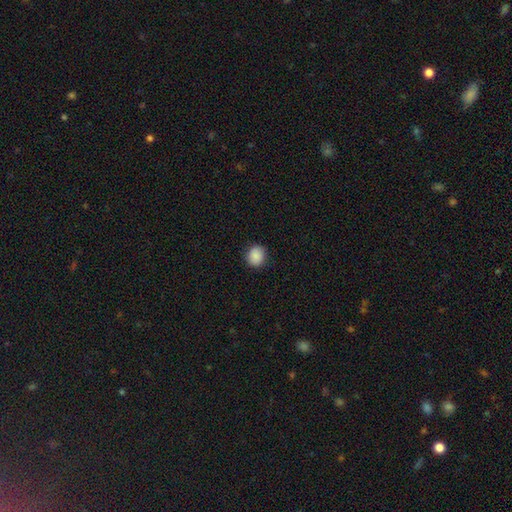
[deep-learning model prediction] This is clearly a smooth galaxy (89%). How rounded: likely round (79%). Merging: clearly none (89%).